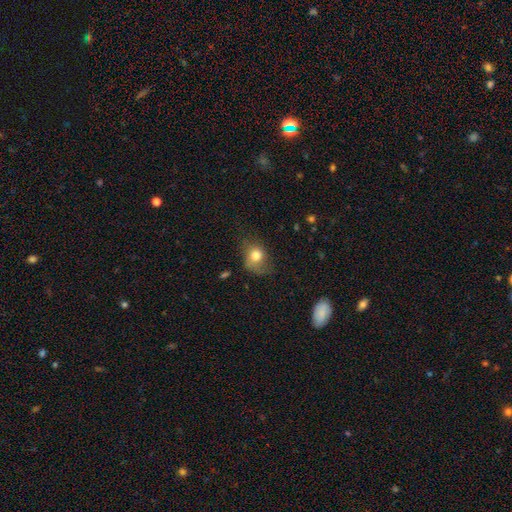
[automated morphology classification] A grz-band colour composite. It shows a smooth galaxy with no disk features (77%) that is round (58%). Merging: none (47%).